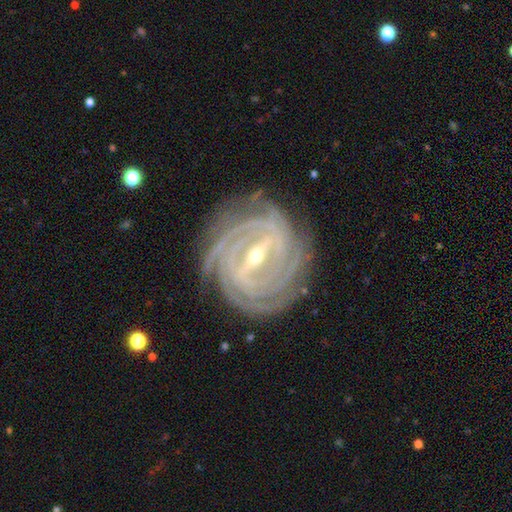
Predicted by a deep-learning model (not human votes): A featured or disk galaxy (93%) with a strong bar (72%), 4 (36%) tight (87%) spiral arms (98%) and a small central bulge (53%).

Vote fractions:
- Smooth or featured? featured or disk: 93% / star or artifact: 4% / smooth: 3%
- Edge-on disk? no: 96% / yes: 4%
- Bar? strong: 72% / weak: 22% / no: 5%
- Spiral arms? yes: 98% / no: 2%
- Spiral winding? tight: 87% / medium: 11% / loose: 2%
- Spiral arm count? 4: 36% / more than 4: 17% / 3: 16% / can't tell: 15% / 2: 10% / 1: 7%
- Bulge size? small: 53% / moderate: 44% / large: 1% / none: 1% / dominant: 1%
- Merging? none: 84% / minor disturbance: 11% / major disturbance: 4% / merger: 1%